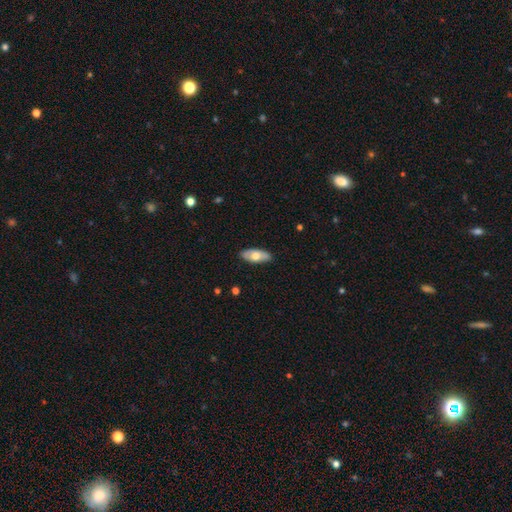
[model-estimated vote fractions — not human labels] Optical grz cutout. It shows a smooth galaxy with no disk features (65%) that is in between round and cigar-shaped (85%). Merging: none (88%).